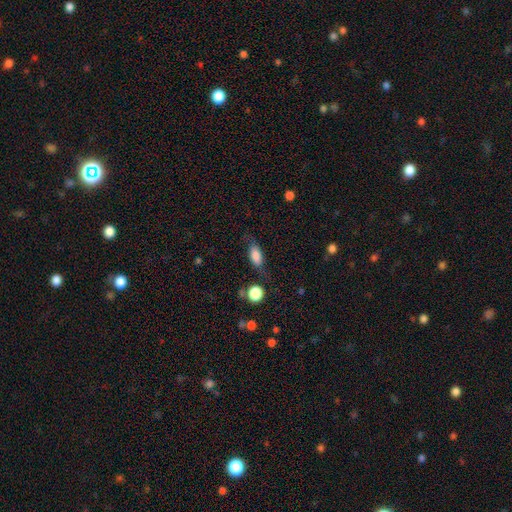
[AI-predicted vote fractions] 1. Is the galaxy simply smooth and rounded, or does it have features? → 75% smooth, 17% featured or disk, 9% star or artifact.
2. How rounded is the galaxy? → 79% in between, 15% cigar-shaped, 7% round.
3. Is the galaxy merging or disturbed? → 63% none, 23% minor disturbance, 11% major disturbance, 3% merger.